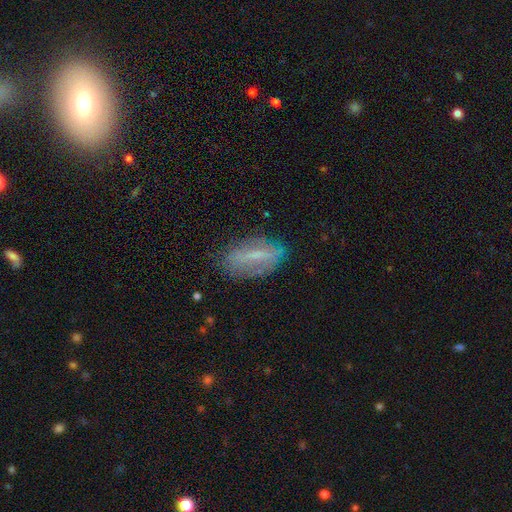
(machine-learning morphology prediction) Smooth or featured? Predicted: smooth (p=0.47). Merging? Predicted: none (p=0.73).